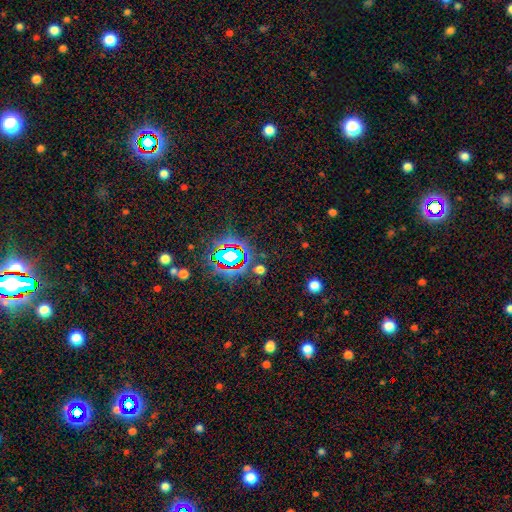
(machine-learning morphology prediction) type=star or artifact (80%).